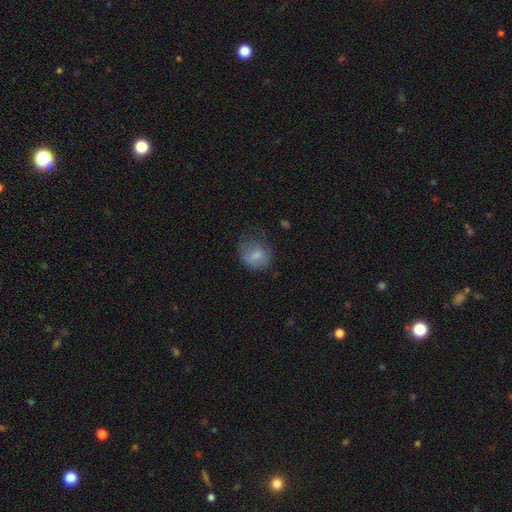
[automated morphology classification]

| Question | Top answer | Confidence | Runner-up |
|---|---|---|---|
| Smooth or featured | smooth | 72% | featured or disk (19%) |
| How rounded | round | 65% | in between (34%) |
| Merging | none | 51% | minor disturbance (29%) |